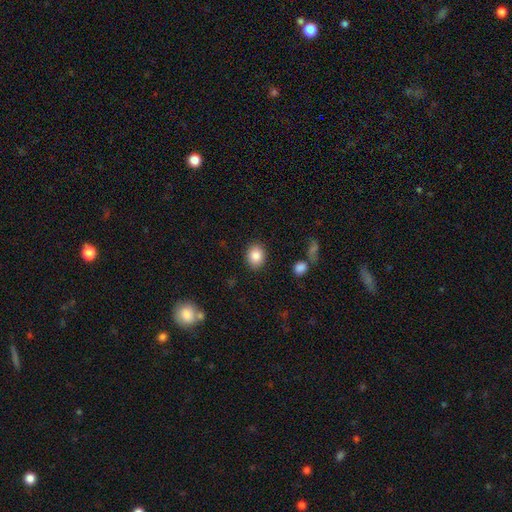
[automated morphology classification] Q: Smooth or featured?
A: smooth (87%); runner-up: star or artifact (8%)
Q: How rounded?
A: round (51%); runner-up: in between (48%)
Q: Merging?
A: none (88%); runner-up: minor disturbance (8%)